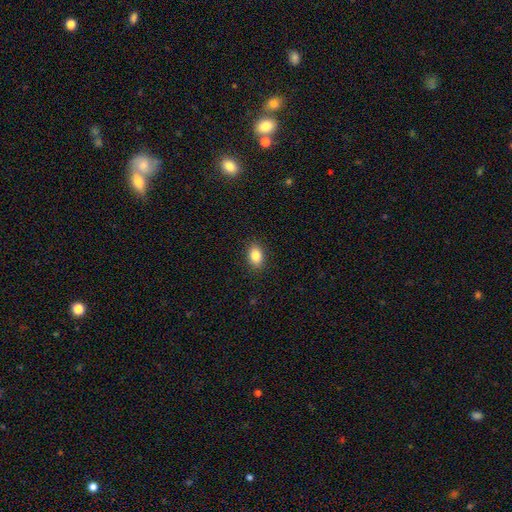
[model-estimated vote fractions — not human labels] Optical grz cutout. It shows a smooth galaxy with no disk features (84%) that is in between round and cigar-shaped (83%). Merging: none (89%).